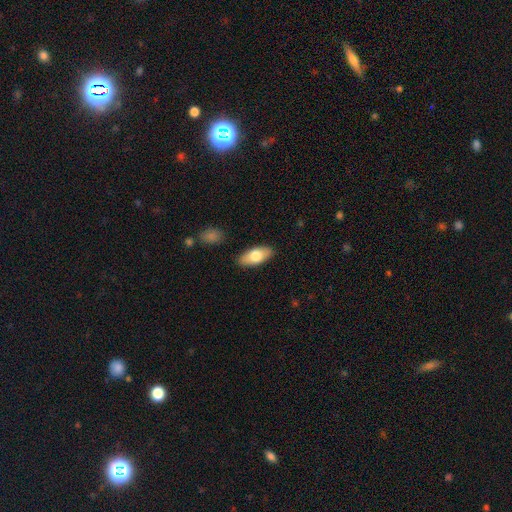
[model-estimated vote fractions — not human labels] Smooth or featured? smooth (74%)
How rounded? in between (88%)
Merging? none (88%)